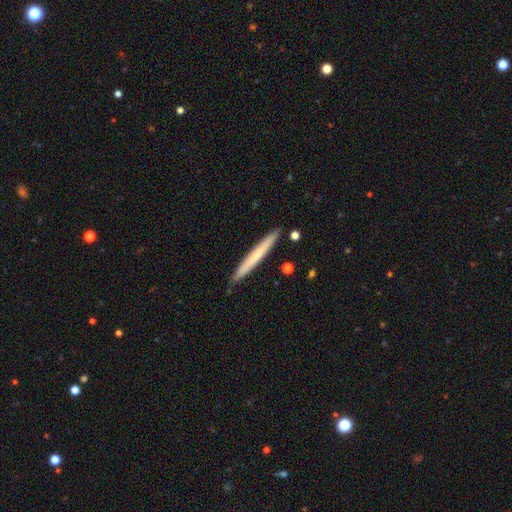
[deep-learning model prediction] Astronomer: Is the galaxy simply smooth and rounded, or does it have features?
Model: smooth — 58% (runner-up: featured or disk, 37%).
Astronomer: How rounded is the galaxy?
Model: cigar-shaped — 97%.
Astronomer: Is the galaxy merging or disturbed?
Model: none — 90%.